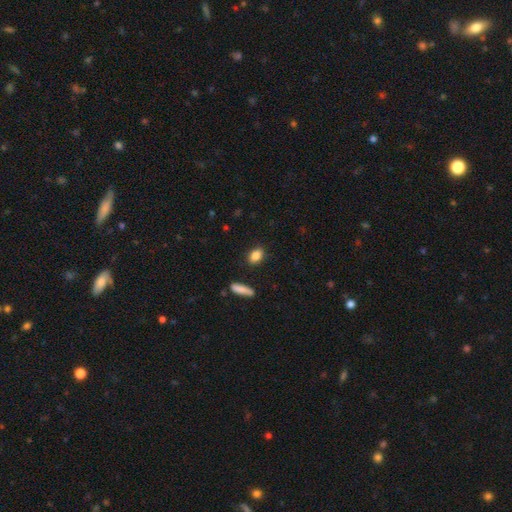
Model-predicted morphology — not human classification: Smooth or featured: smooth — 85% (star or artifact — 8%)
How rounded: in between — 77% (round — 18%)
Merging: none — 87% (minor disturbance — 9%)